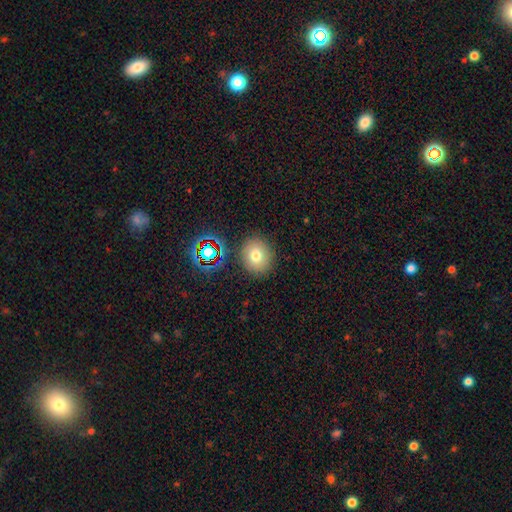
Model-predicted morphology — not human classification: smooth_or_featured: smooth (p=0.73) [alt: star or artifact p=0.16]
how_rounded: round (p=0.78) [alt: in between p=0.21]
merging: none (p=0.85) [alt: minor disturbance p=0.09]